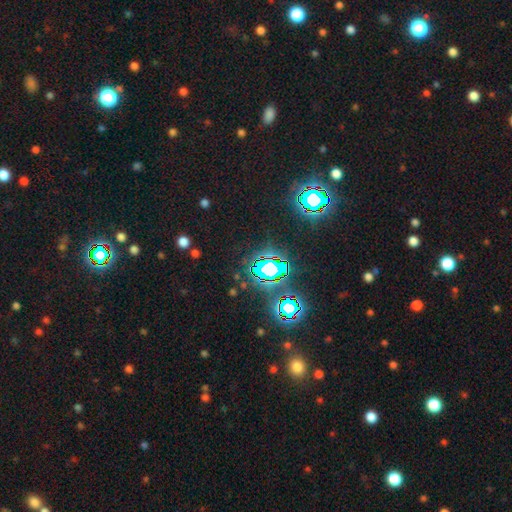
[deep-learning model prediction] This is clearly a star or artifact rather than a galaxy (82%).